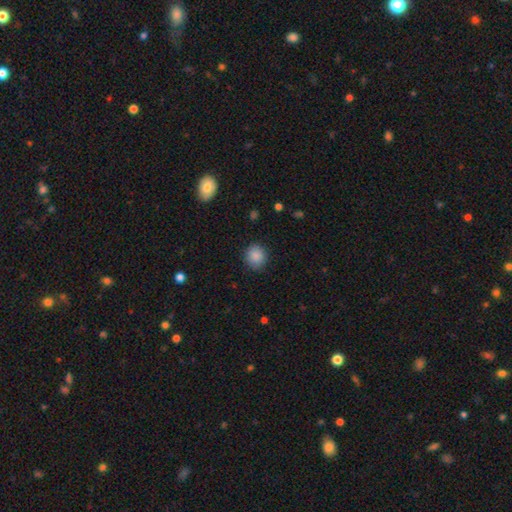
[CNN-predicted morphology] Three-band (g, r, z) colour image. It shows a smooth galaxy with no disk features (88%) that is round (77%). Merging: none (87%).